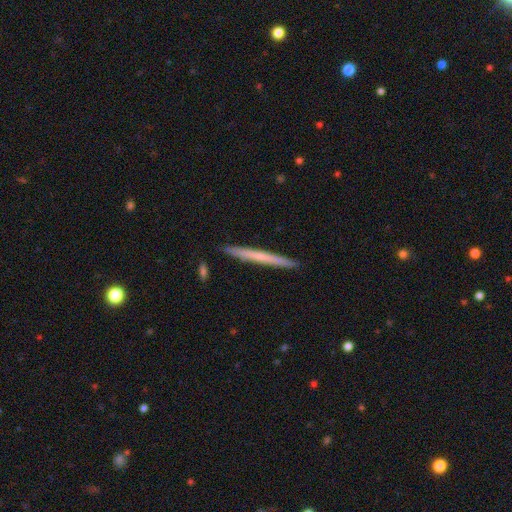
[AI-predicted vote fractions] smooth 50%, featured or disk 44%, star or artifact 6%. Down the decision tree: how rounded — cigar-shaped (97%); merging — none (92%).